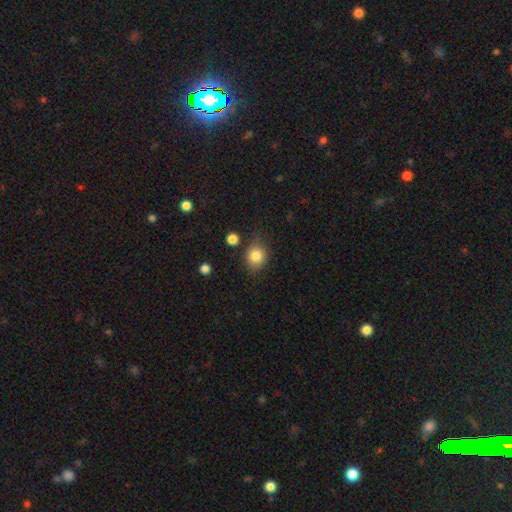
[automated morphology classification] smooth-or-featured: smooth: 83% | star or artifact: 10% | featured or disk: 7%
  how-rounded: round: 73% | in between: 26% | cigar-shaped: 1%
  merging: none: 76% | minor disturbance: 15% | major disturbance: 4% | merger: 4%